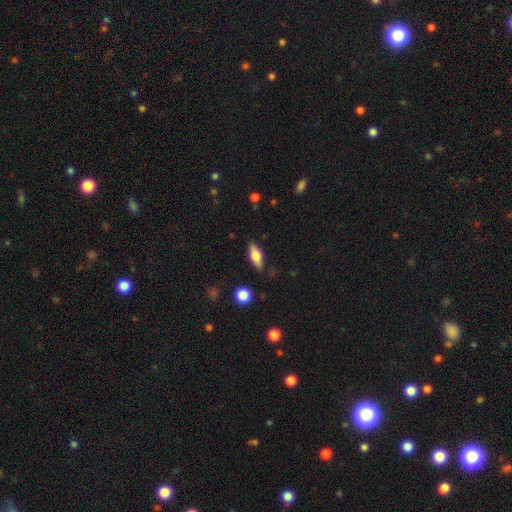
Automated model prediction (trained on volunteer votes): Overall: smooth (63%; featured or disk 30%). How rounded: in between (70%). Merging: none (82%).